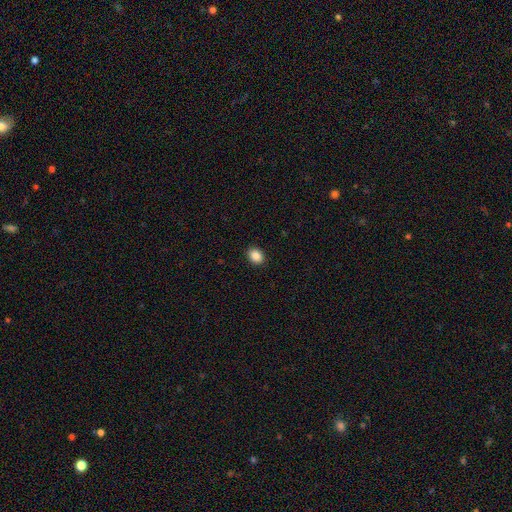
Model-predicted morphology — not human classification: Overall: smooth (87%). How rounded: in between (58%; round 42%). Merging: none (91%).